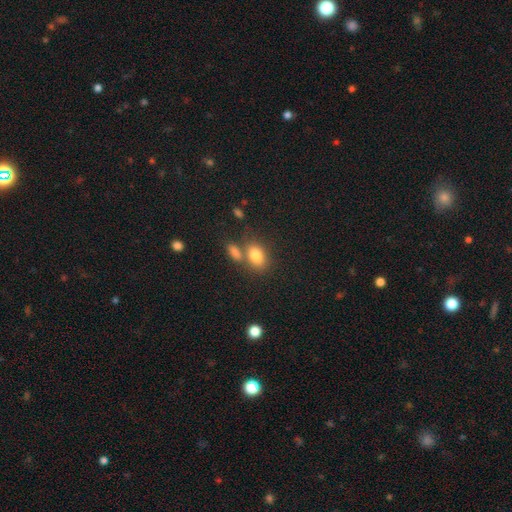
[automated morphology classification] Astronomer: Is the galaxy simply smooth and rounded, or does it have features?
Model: smooth — 80%.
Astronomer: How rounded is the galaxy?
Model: in between — 76%.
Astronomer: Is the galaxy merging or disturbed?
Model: none — 55%.